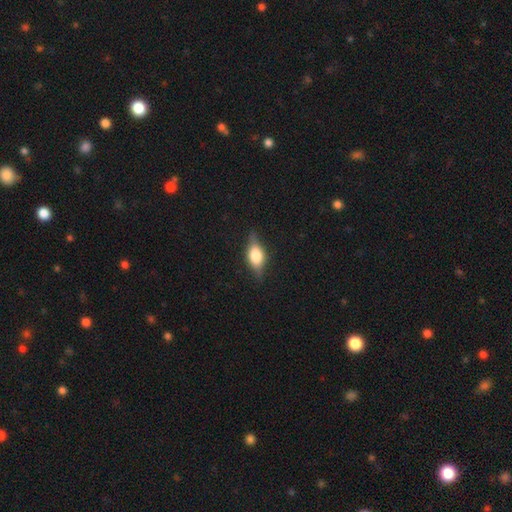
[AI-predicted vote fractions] This appears to be a smooth galaxy with no disk features (47%). Merging: none (77%).